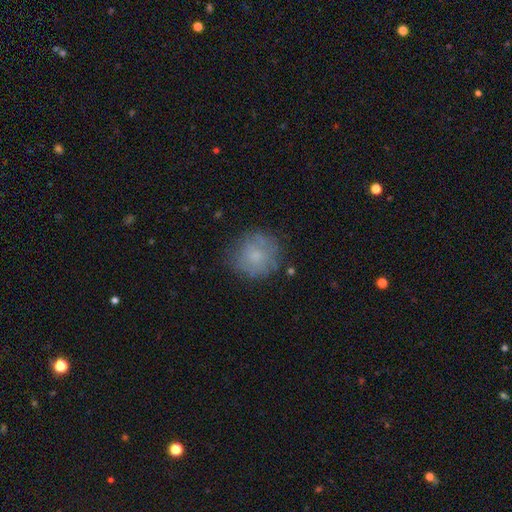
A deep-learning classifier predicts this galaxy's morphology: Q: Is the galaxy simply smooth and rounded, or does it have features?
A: smooth — 68%.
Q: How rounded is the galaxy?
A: round — 89%.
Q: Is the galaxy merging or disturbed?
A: none — 72%.